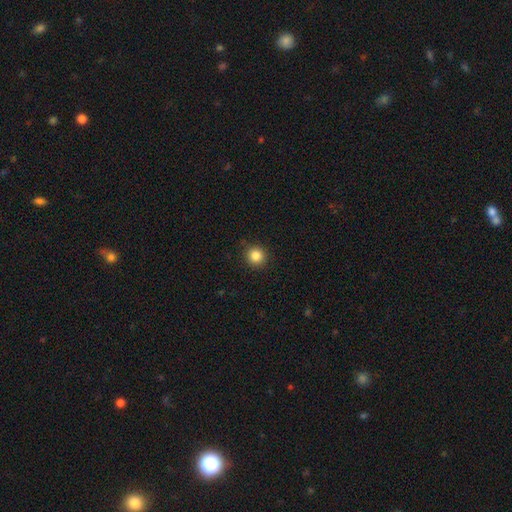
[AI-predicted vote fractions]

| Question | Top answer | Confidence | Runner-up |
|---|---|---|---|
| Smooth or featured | smooth | 84% | star or artifact (11%) |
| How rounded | round | 93% | in between (6%) |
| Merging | none | 91% | minor disturbance (6%) |